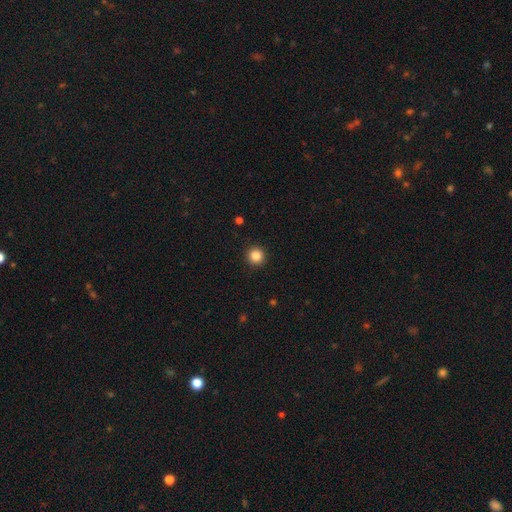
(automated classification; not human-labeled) Morphology: type=smooth (85%); roundness=round (96%); merging=none (93%).